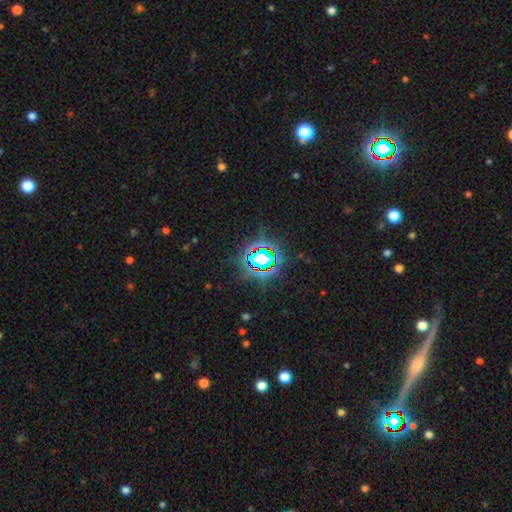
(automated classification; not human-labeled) Smooth or featured: star or artifact — 80% (smooth — 13%)